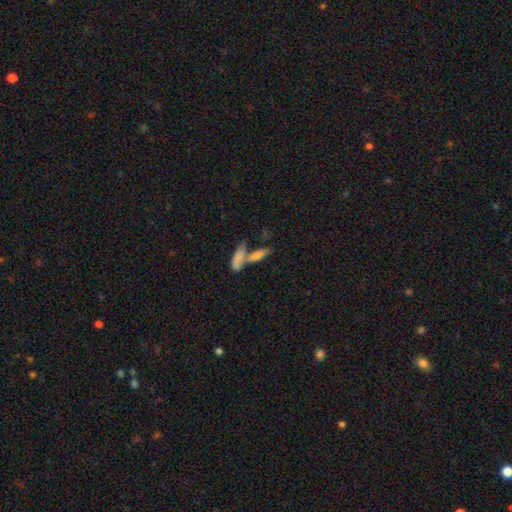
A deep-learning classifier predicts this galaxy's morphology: Smooth or featured? Predicted: smooth (p=0.63). How rounded? Predicted: cigar-shaped (p=0.57). Merging? Predicted: merger (p=0.53).